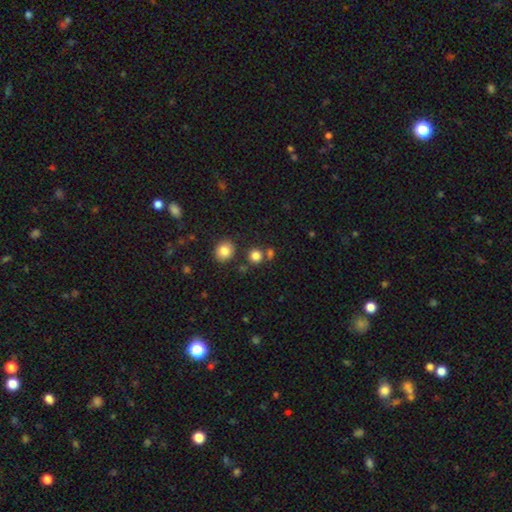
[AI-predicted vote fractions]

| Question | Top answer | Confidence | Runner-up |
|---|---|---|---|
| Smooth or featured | smooth | 82% | star or artifact (13%) |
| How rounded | round | 88% | in between (11%) |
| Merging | none | 74% | merger (14%) |